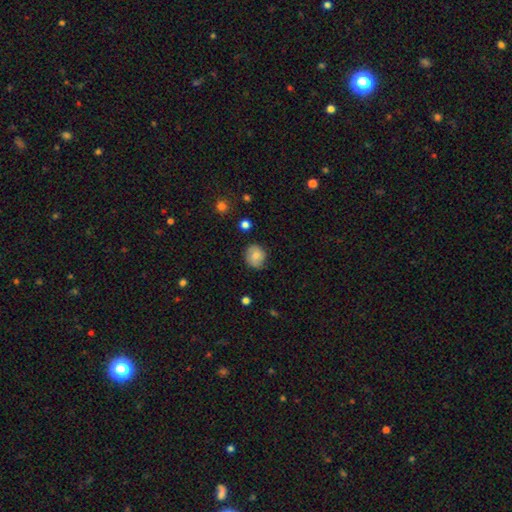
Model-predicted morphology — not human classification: Smooth or featured?
  - smooth: 74% *
  - featured or disk: 18%
  - star or artifact: 8%
How rounded?
  - round: 74% *
  - in between: 25%
  - cigar-shaped: 1%
Merging?
  - none: 74% *
  - minor disturbance: 20%
  - major disturbance: 4%
  - merger: 1%